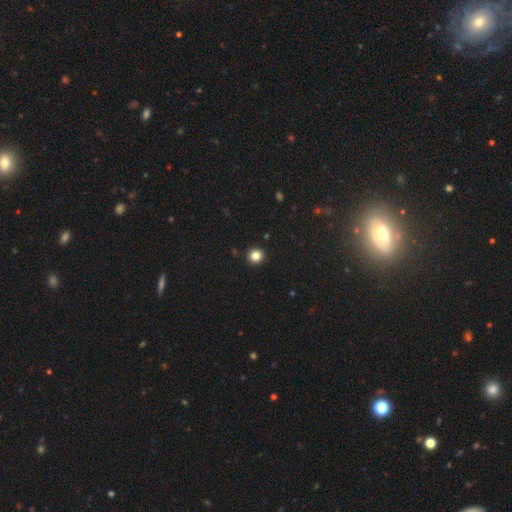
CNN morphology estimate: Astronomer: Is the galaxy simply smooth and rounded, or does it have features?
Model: smooth — 83%.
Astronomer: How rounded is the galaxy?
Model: round — 92%.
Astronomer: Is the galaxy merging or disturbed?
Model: none — 93%.